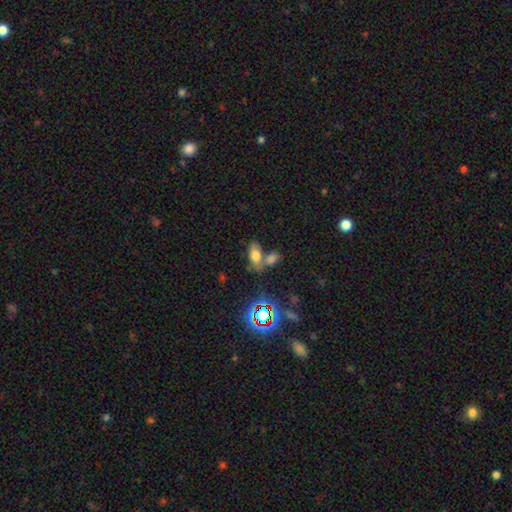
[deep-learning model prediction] A smooth galaxy with no disk features (69%) that is in between round and cigar-shaped (87%). Merging: none (48%).